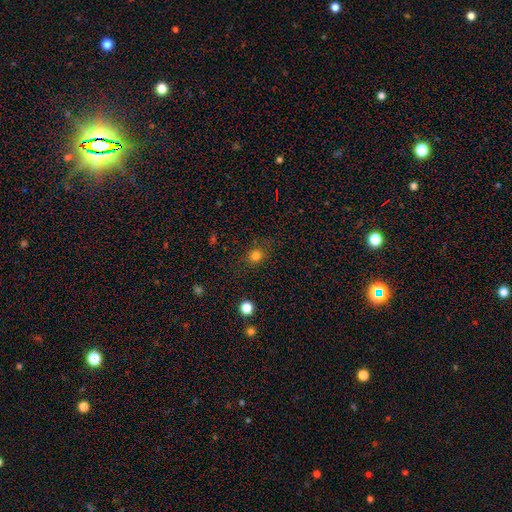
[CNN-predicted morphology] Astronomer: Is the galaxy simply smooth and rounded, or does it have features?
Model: smooth — 78%.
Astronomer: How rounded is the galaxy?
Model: round — 78%.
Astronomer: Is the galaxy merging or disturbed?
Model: none — 80%.